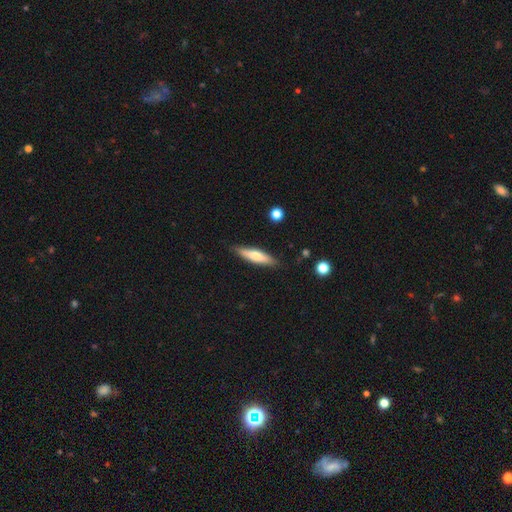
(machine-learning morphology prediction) type=smooth (57%); roundness=cigar-shaped (74%); merging=none (86%).